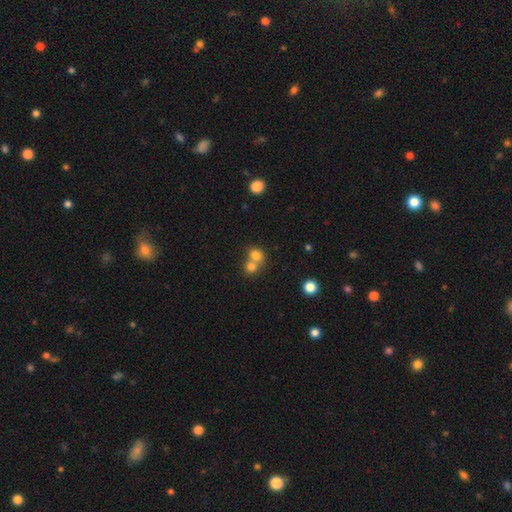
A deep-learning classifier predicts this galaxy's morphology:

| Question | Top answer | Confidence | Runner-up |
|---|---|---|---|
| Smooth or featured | smooth | 76% | star or artifact (13%) |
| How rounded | round | 74% | in between (25%) |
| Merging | merger | 59% | none (34%) |